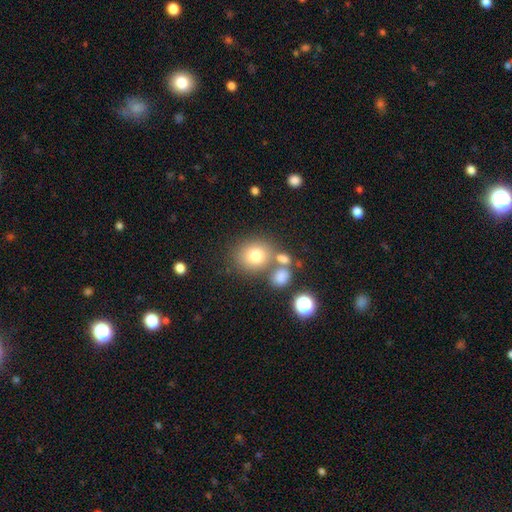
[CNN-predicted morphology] This is likely a smooth galaxy (75%). How rounded: likely round (76%). Merging: likely none (64%).